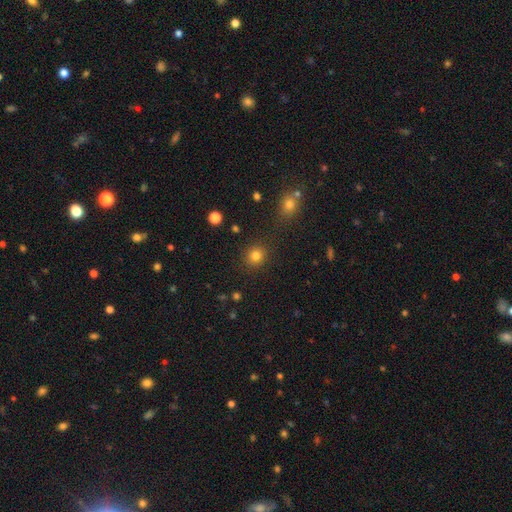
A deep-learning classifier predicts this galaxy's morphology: Smooth or featured? smooth (82%)
How rounded? round (85%)
Merging? none (88%)